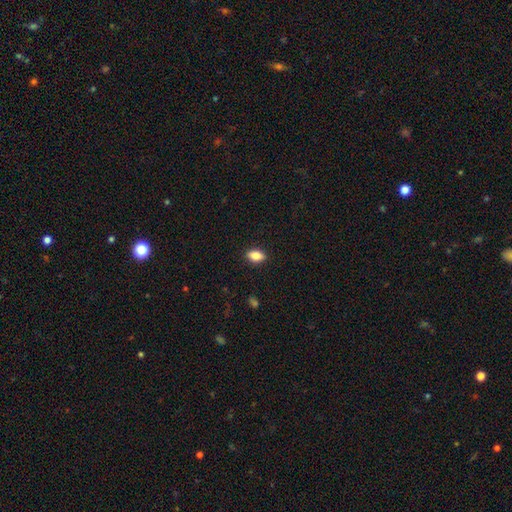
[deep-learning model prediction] Smooth or featured: smooth — 84% (star or artifact — 8%)
How rounded: in between — 87% (round — 9%)
Merging: none — 89% (minor disturbance — 8%)